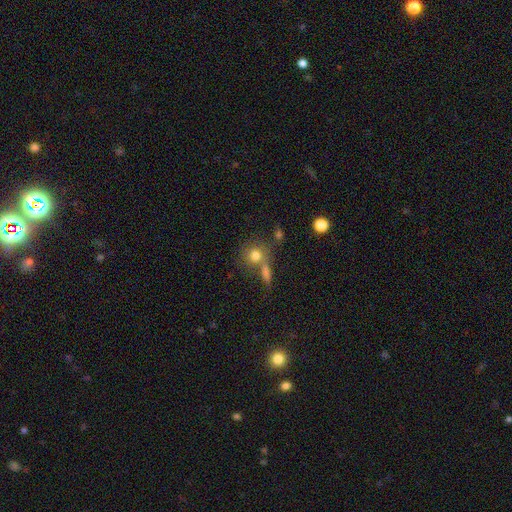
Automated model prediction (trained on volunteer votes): smooth_or_featured: smooth (p=0.77) [alt: featured or disk p=0.12]
how_rounded: round (p=0.78) [alt: in between p=0.20]
merging: none (p=0.53) [alt: merger p=0.29]